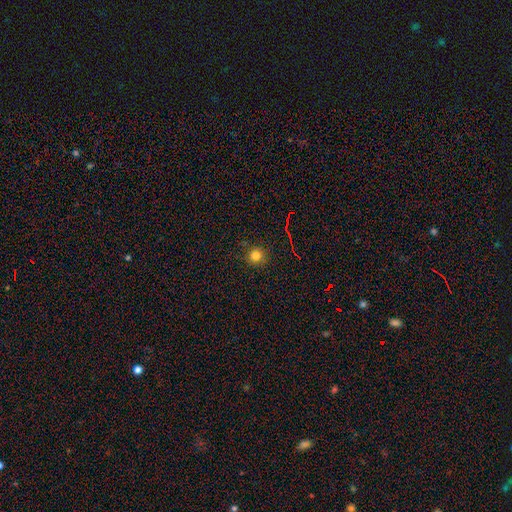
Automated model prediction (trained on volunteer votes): smooth_or_featured: smooth (p=0.78) [alt: star or artifact p=0.16]
how_rounded: round (p=0.92) [alt: in between p=0.07]
merging: none (p=0.87) [alt: minor disturbance p=0.09]